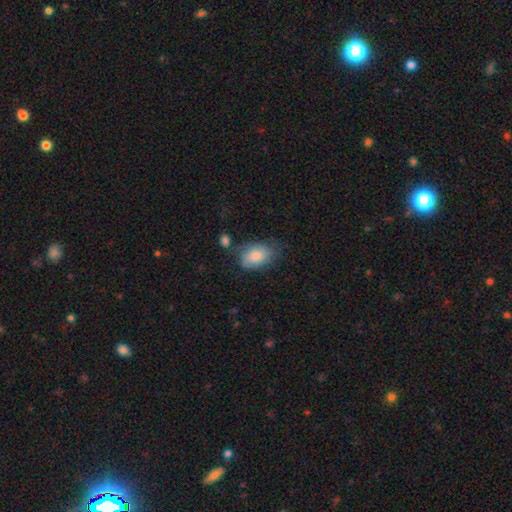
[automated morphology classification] smooth 80%, featured or disk 12%, star or artifact 7%. Down the decision tree: how rounded — in between (89%); merging — none (57%).